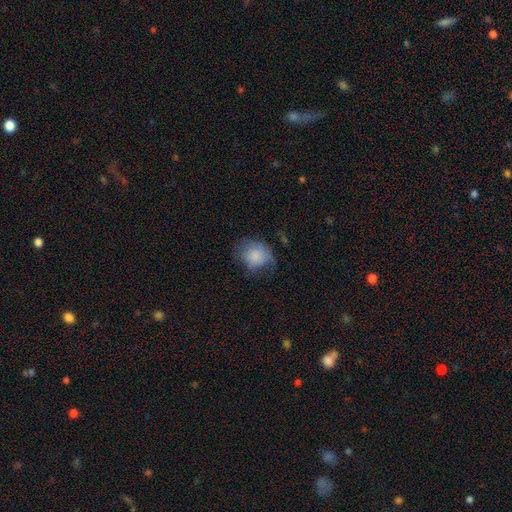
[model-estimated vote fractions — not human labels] This is likely a smooth galaxy (79%). How rounded: likely round (71%). Merging: possibly none (46%).